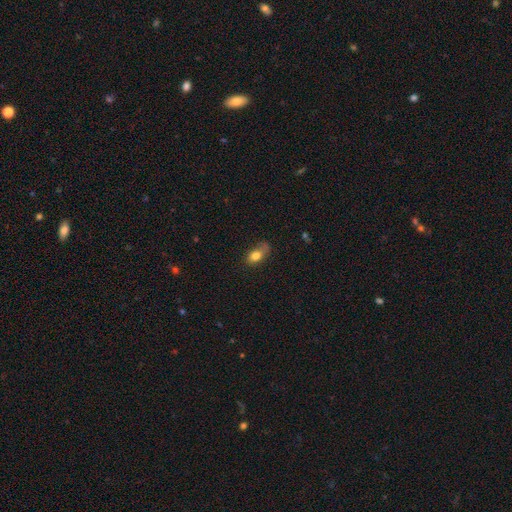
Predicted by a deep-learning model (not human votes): This is likely a smooth galaxy (78%). How rounded: clearly in between (83%). Merging: possibly none (47%).